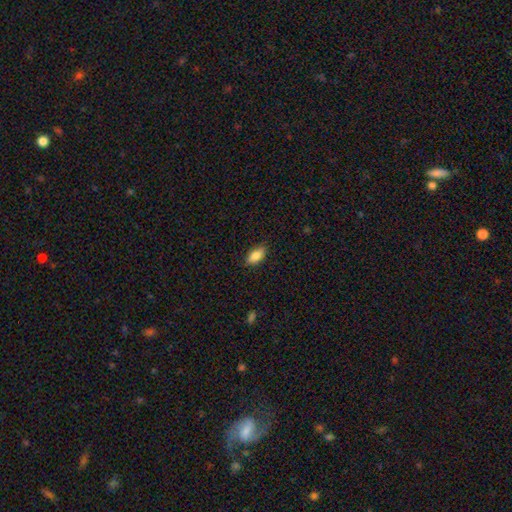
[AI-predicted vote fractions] This appears to be a smooth galaxy with no disk features (88%) that is in between round and cigar-shaped (91%). Merging: none (85%).